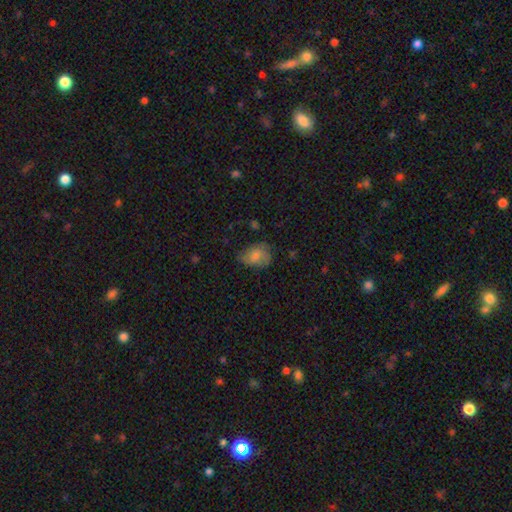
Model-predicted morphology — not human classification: Q: Smooth or featured?
A: smooth (65%); runner-up: featured or disk (24%)
Q: How rounded?
A: in between (69%); runner-up: round (30%)
Q: Merging?
A: none (61%); runner-up: minor disturbance (28%)